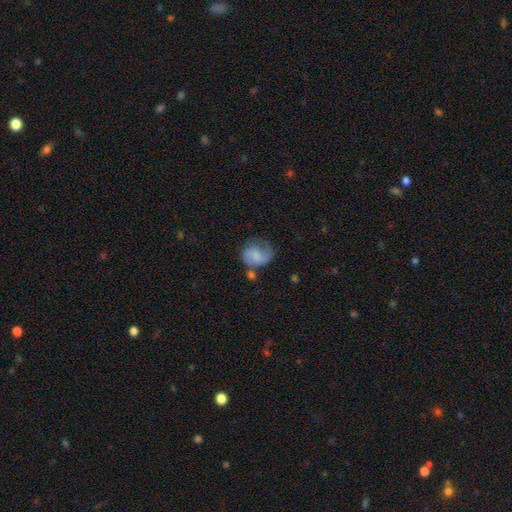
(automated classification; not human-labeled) This appears to be a smooth galaxy with no disk features (51%) that is round (60%). Merging: none (44%).